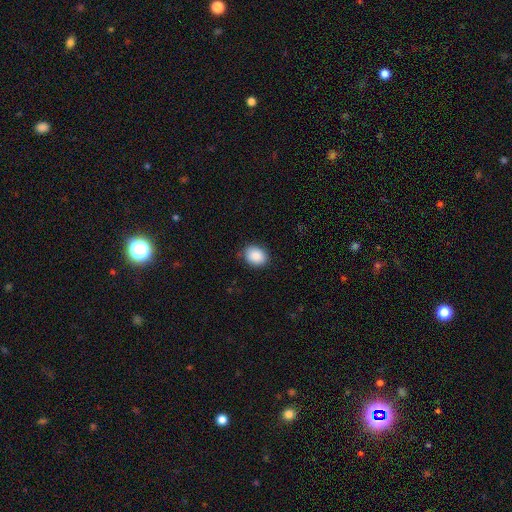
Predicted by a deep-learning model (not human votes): This is clearly a smooth galaxy (89%). How rounded: likely in between (60%). Merging: clearly none (85%).